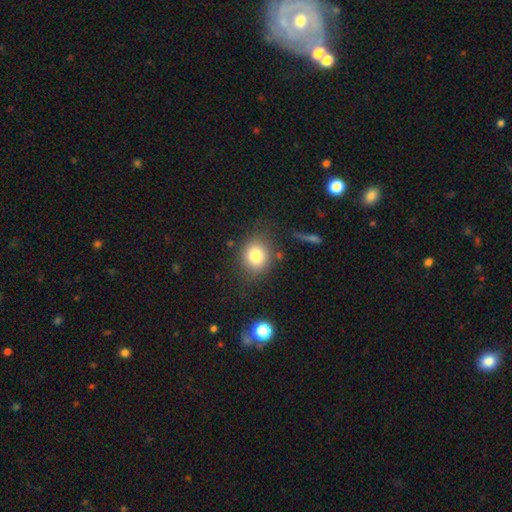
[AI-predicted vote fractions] Q: Smooth or featured?
A: smooth (78%); runner-up: star or artifact (11%)
Q: How rounded?
A: round (70%); runner-up: in between (29%)
Q: Merging?
A: none (78%); runner-up: minor disturbance (13%)